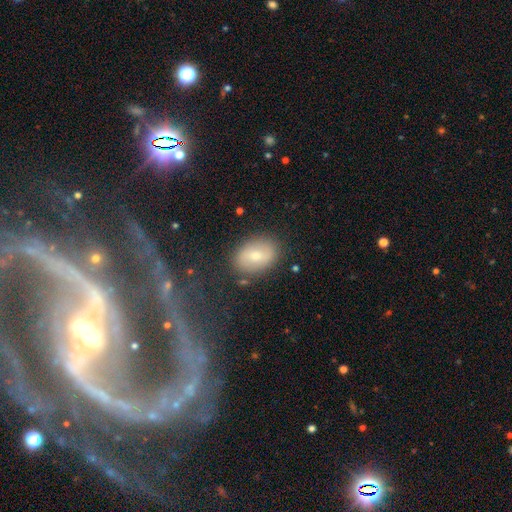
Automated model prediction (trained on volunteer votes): Smooth or featured?
  - smooth: 65% *
  - featured or disk: 27%
  - star or artifact: 9%
How rounded?
  - in between: 79% *
  - round: 20%
  - cigar-shaped: 1%
Merging?
  - none: 83% *
  - minor disturbance: 12%
  - major disturbance: 3%
  - merger: 2%